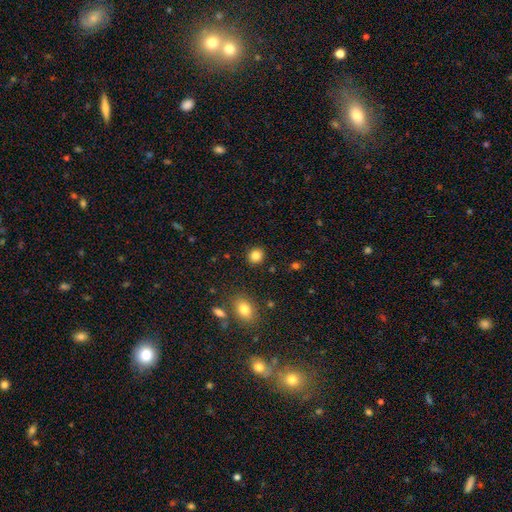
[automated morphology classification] smooth-or-featured: smooth: 85% | star or artifact: 10% | featured or disk: 5%
  how-rounded: round: 81% | in between: 18% | cigar-shaped: 1%
  merging: none: 90% | minor disturbance: 6% | major disturbance: 2% | merger: 2%